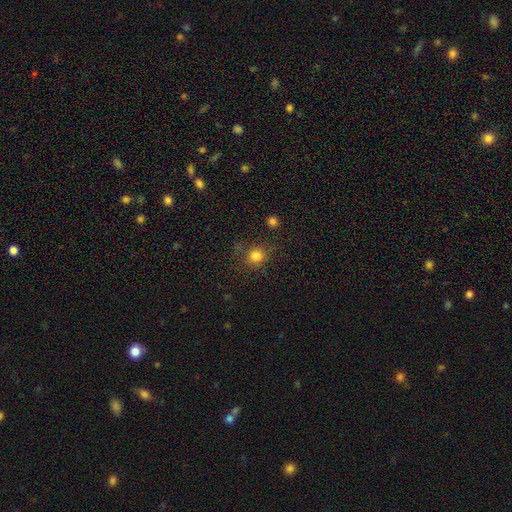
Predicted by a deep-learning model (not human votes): The model was most divided on "merging": none: 75%, minor disturbance: 15%, major disturbance: 6%, merger: 4%. More confident: how rounded — round (85%); smooth or featured — smooth (81%).